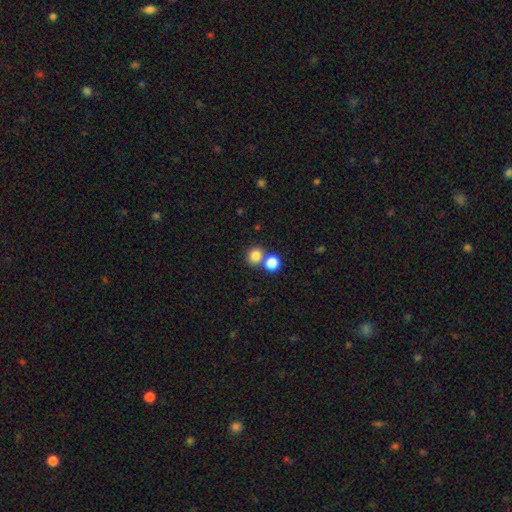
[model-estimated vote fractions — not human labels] This appears to be a smooth galaxy with no disk features (82%) that is round (86%). Merging: none (58%).